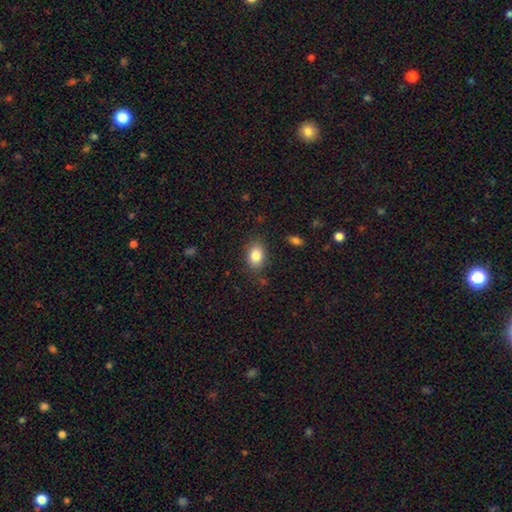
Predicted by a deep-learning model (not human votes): Overall: smooth (85%). How rounded: in between (78%). Merging: none (83%).